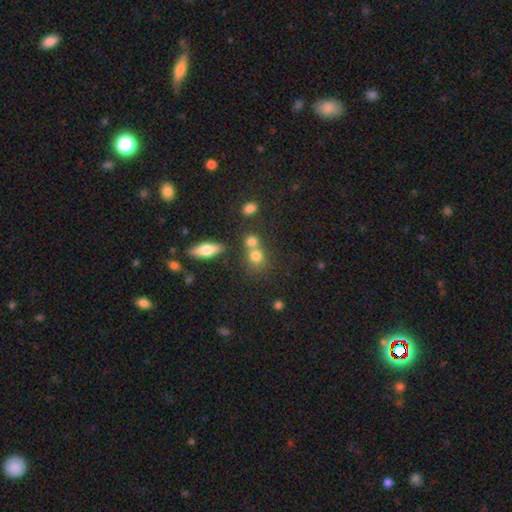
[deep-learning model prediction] Smooth or featured? smooth (75%)
How rounded? round (75%)
Merging? none (47%)